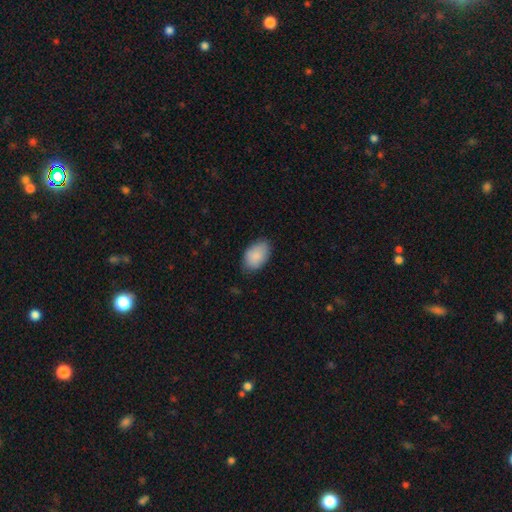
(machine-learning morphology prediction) smooth_or_featured: smooth (p=0.89) [alt: star or artifact p=0.06]
how_rounded: in between (p=0.91) [alt: round p=0.08]
merging: none (p=0.79) [alt: minor disturbance p=0.17]